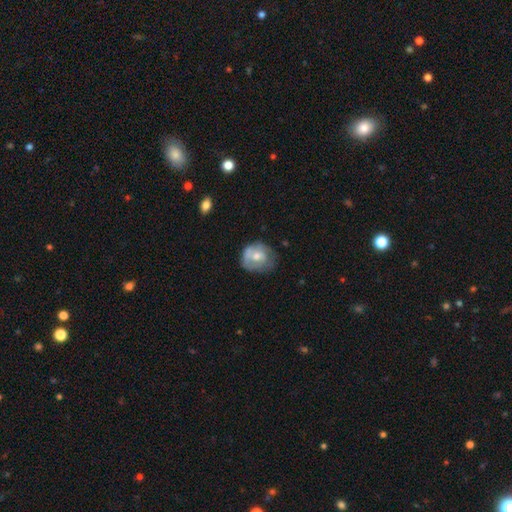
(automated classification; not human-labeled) A smooth galaxy with no disk features (49%). Merging: none (49%).